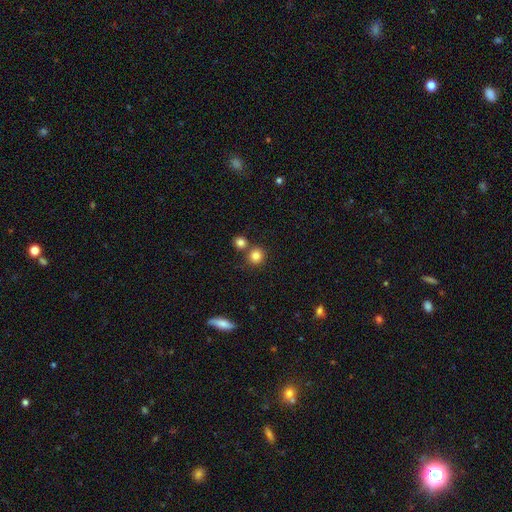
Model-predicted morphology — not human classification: Smooth or featured? smooth (83%)
How rounded? round (88%)
Merging? none (70%)